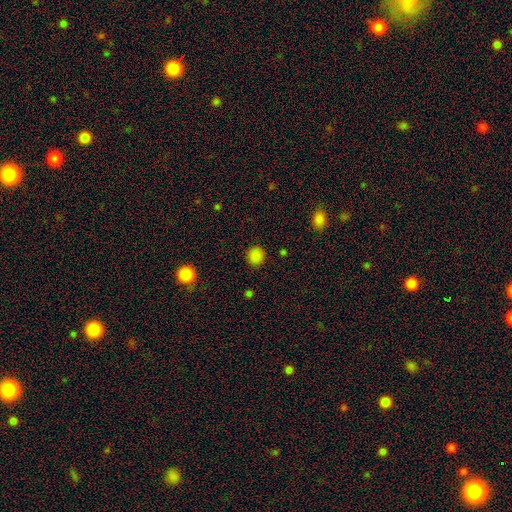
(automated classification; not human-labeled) The model was most divided on "smooth or featured": smooth: 84%, star or artifact: 13%, featured or disk: 3%. More confident: how rounded — round (89%); merging — none (89%).